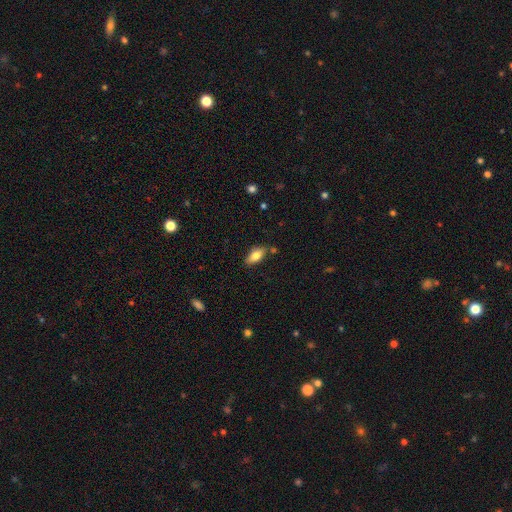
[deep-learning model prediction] A smooth galaxy with no disk features (80%) that is in between round and cigar-shaped (89%).

Vote fractions:
- Smooth or featured? smooth: 80% / featured or disk: 13% / star or artifact: 7%
- How rounded? in between: 89% / cigar-shaped: 8% / round: 3%
- Merging? none: 77% / minor disturbance: 15% / merger: 5% / major disturbance: 3%